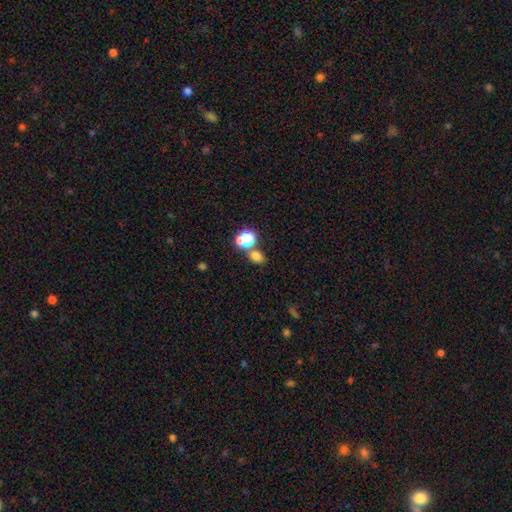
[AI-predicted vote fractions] smooth 72%, star or artifact 21%, featured or disk 7%. Down the decision tree: how rounded — round (52%); merging — none (61%).